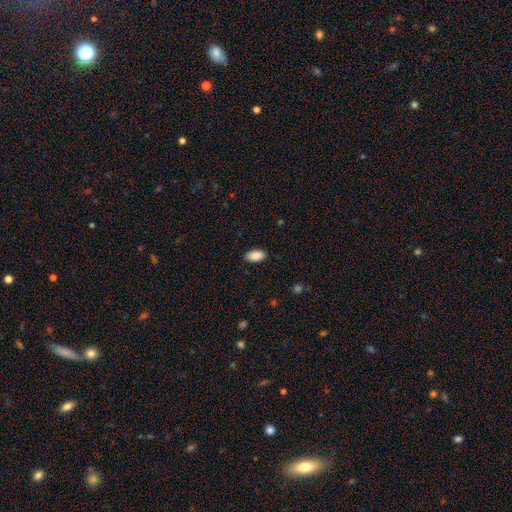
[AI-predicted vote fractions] Overall: smooth (90%). How rounded: in between (95%). Merging: none (87%).